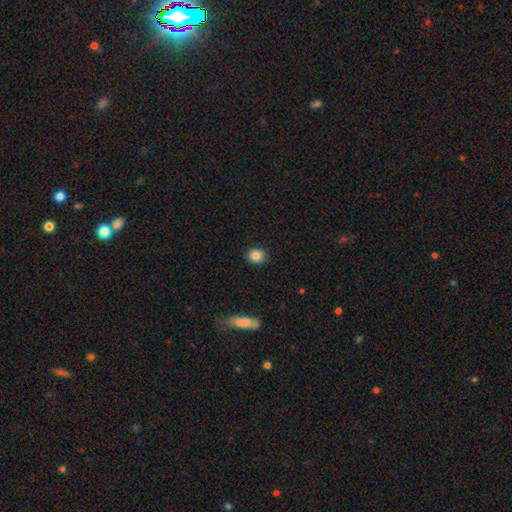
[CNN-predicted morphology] type=smooth (86%); roundness=round (65%); merging=none (87%).